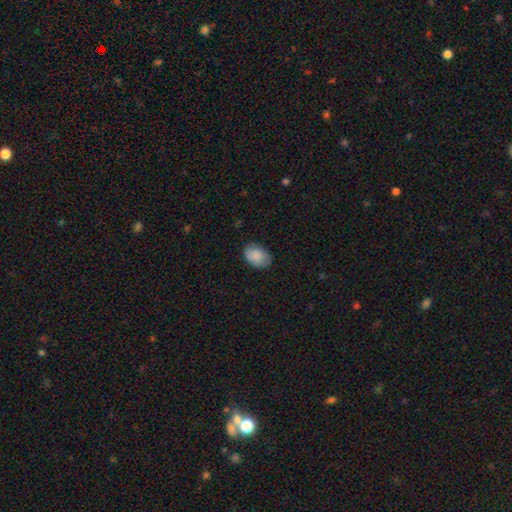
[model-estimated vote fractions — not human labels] Q: Smooth or featured?
A: smooth (85%); runner-up: featured or disk (8%)
Q: How rounded?
A: in between (77%); runner-up: round (22%)
Q: Merging?
A: none (79%); runner-up: minor disturbance (17%)